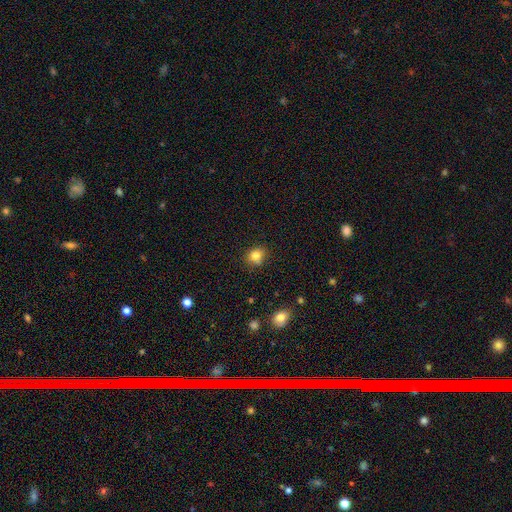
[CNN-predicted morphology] type=smooth (82%); roundness=round (70%); merging=none (76%).